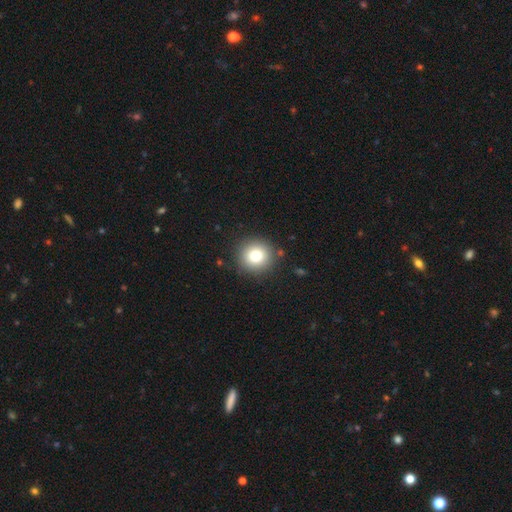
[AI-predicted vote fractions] Smooth or featured: smooth — 79% (star or artifact — 11%)
How rounded: round — 93% (in between — 6%)
Merging: none — 89% (minor disturbance — 7%)